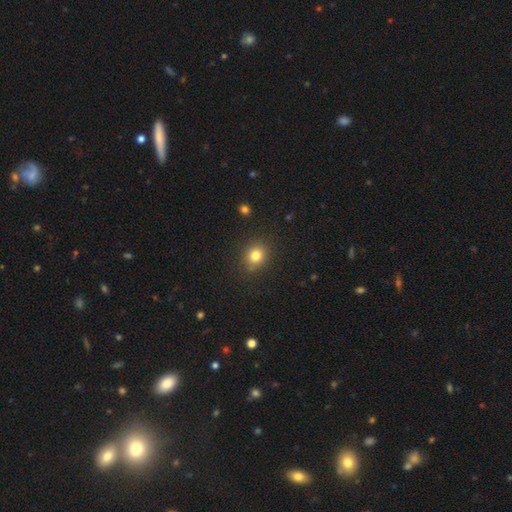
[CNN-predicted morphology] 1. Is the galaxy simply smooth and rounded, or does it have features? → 81% smooth, 13% star or artifact, 7% featured or disk.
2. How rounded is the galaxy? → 76% round, 23% in between, 1% cigar-shaped.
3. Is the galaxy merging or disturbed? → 86% none, 9% minor disturbance, 3% major disturbance, 1% merger.